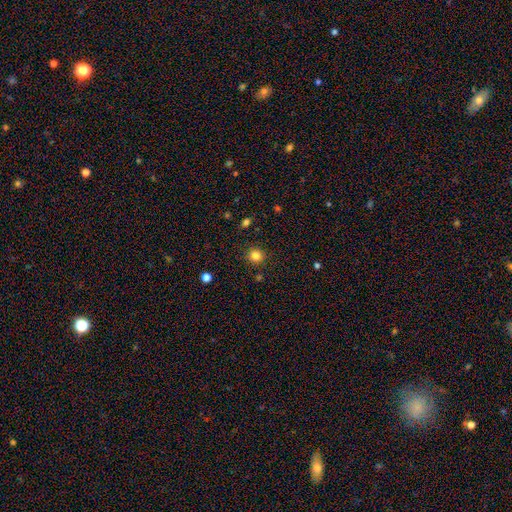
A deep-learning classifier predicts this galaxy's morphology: Smooth or featured? Predicted: smooth (p=0.83). How rounded? Predicted: round (p=0.92). Merging? Predicted: none (p=0.91).